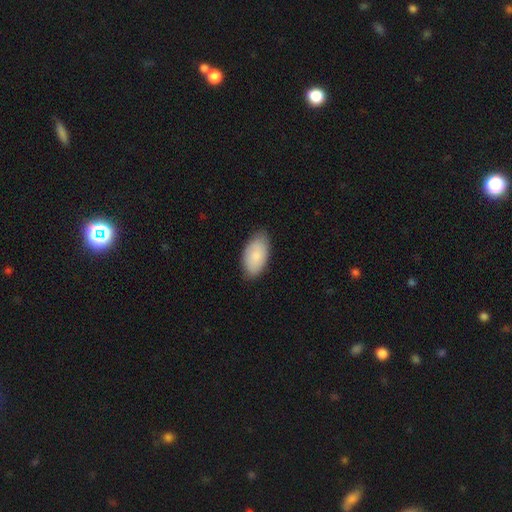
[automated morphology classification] smooth 84%, featured or disk 10%, star or artifact 6%. Down the decision tree: how rounded — in between (95%); merging — none (82%).